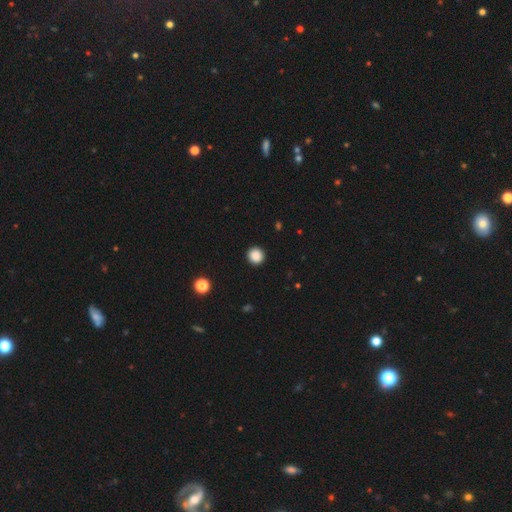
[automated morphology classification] A smooth galaxy with no disk features (88%) that is round (94%).

Vote fractions:
- Smooth or featured? smooth: 88% / star or artifact: 10% / featured or disk: 2%
- How rounded? round: 94% / in between: 5% / cigar-shaped: 1%
- Merging? none: 92% / minor disturbance: 5% / major disturbance: 2% / merger: 1%